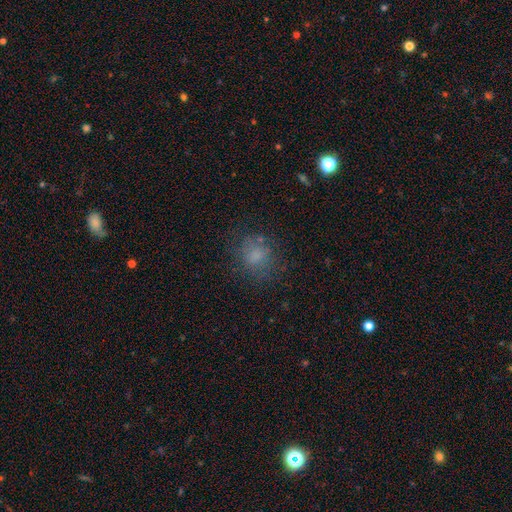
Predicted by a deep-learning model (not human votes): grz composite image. It shows a smooth galaxy with no disk features (72%) that is round (71%). Merging: none (71%).